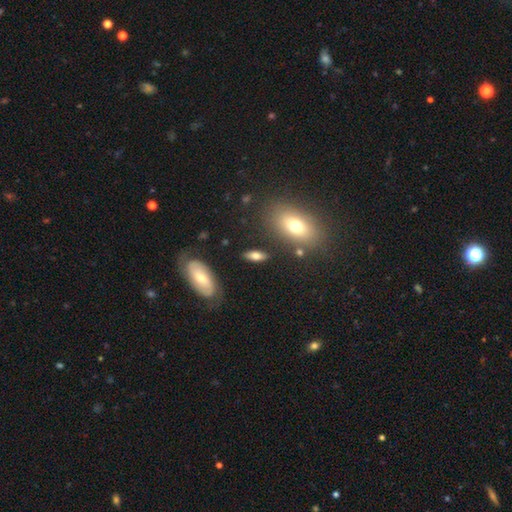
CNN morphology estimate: A smooth galaxy with no disk features (68%) that is in between round and cigar-shaped (70%). Merging: none (82%).